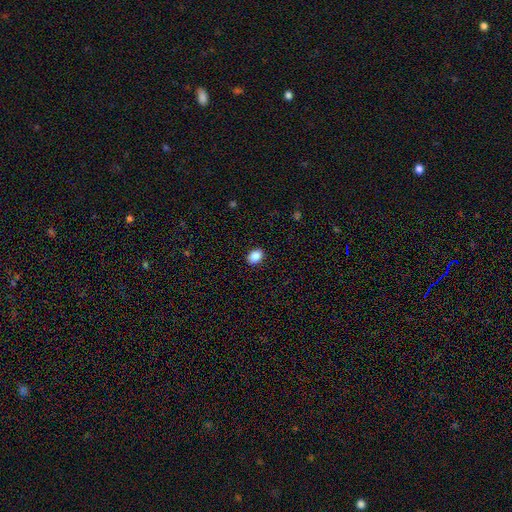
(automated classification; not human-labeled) Smooth or featured: smooth — 89% (star or artifact — 8%)
How rounded: in between — 72% (round — 27%)
Merging: none — 90% (minor disturbance — 7%)